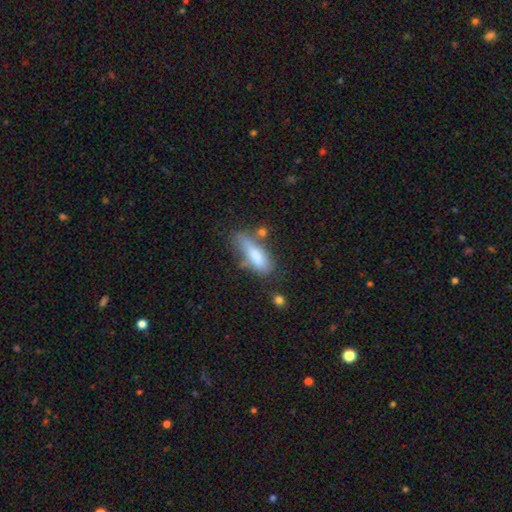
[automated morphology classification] Q: Smooth or featured?
A: smooth (76%); runner-up: featured or disk (17%)
Q: How rounded?
A: in between (51%); runner-up: cigar-shaped (47%)
Q: Merging?
A: none (42%); runner-up: minor disturbance (29%)